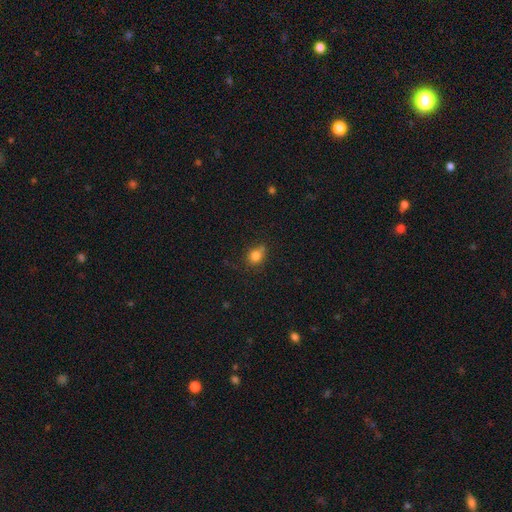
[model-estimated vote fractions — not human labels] Smooth or featured: smooth — 80% (star or artifact — 12%)
How rounded: round — 73% (in between — 26%)
Merging: none — 64% (minor disturbance — 20%)